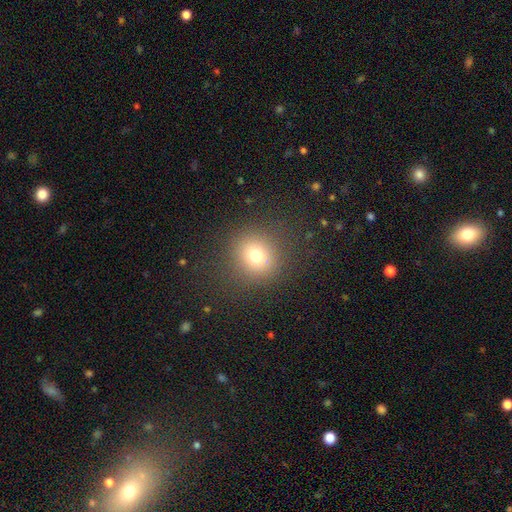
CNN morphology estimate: smooth 74%, star or artifact 16%, featured or disk 10%. Down the decision tree: how rounded — round (87%); merging — none (86%).